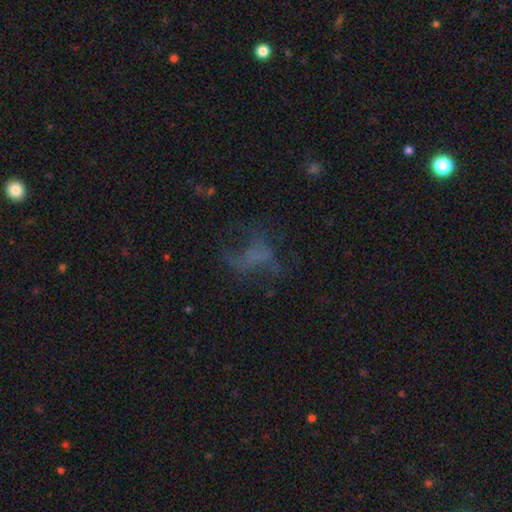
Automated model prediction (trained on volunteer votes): Overall: featured or disk (42%; smooth 29%). Merging: none (43%; major disturbance 38%).